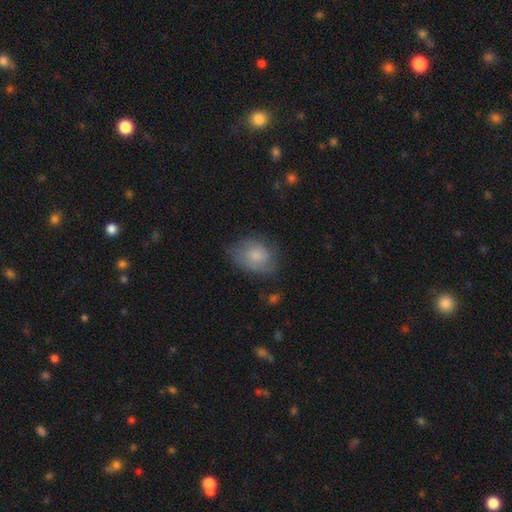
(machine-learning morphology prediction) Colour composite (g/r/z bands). It shows a smooth galaxy with no disk features (56%) that is in between round and cigar-shaped (70%). Merging: none (59%).